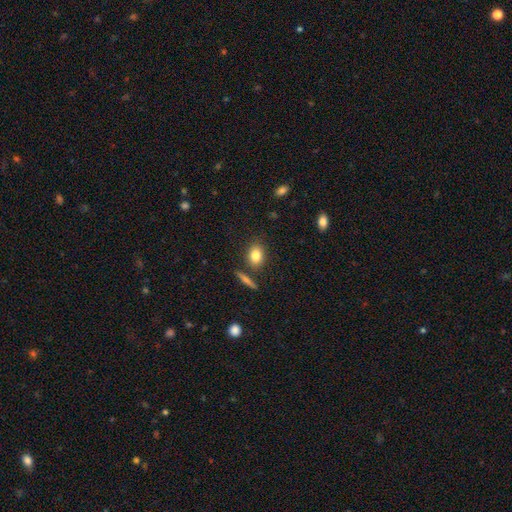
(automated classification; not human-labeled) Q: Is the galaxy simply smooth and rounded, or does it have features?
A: smooth — 82%.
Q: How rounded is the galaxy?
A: in between — 65%.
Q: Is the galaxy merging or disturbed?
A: none — 79%.